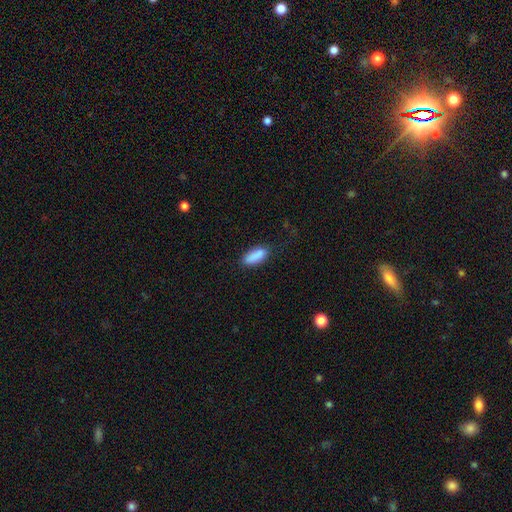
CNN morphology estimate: Smooth or featured? Predicted: smooth (p=0.88). How rounded? Predicted: in between (p=0.73). Merging? Predicted: none (p=0.76).